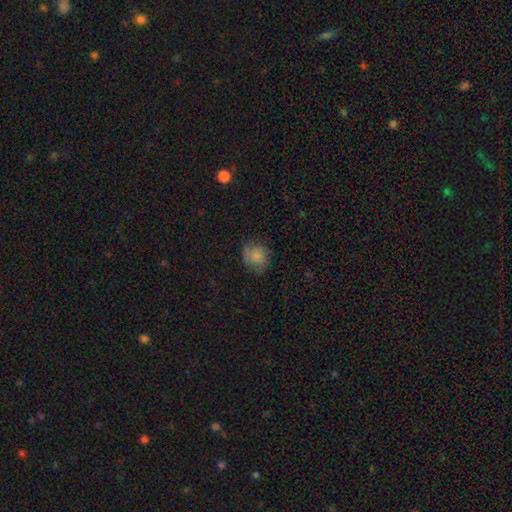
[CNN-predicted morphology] Smooth or featured: smooth — 81% (featured or disk — 10%)
How rounded: round — 79% (in between — 20%)
Merging: none — 72% (minor disturbance — 21%)